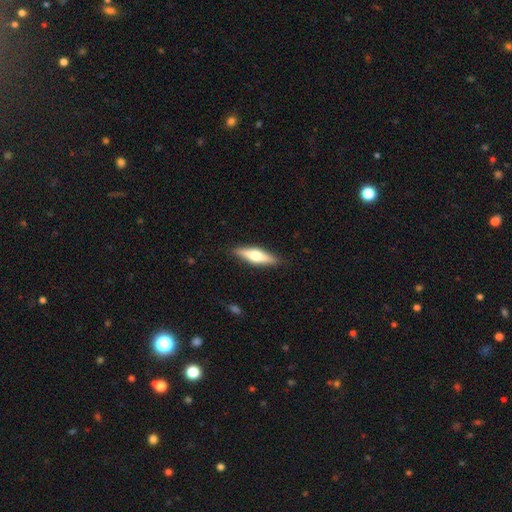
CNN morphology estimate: type=featured or disk (50%); edge-on=yes (94%); merging=none (89%).